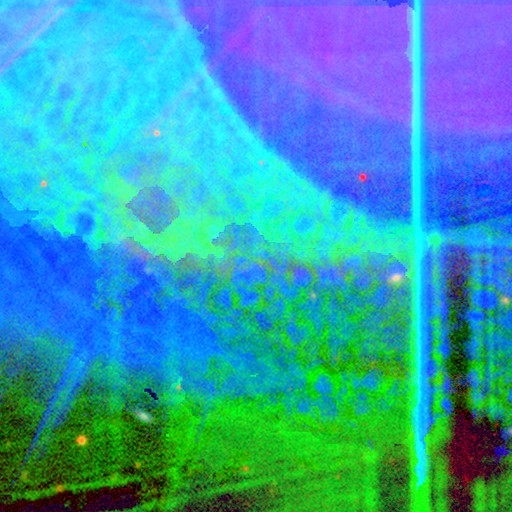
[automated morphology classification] smooth-or-featured: star or artifact: 87% | featured or disk: 7% | smooth: 6%